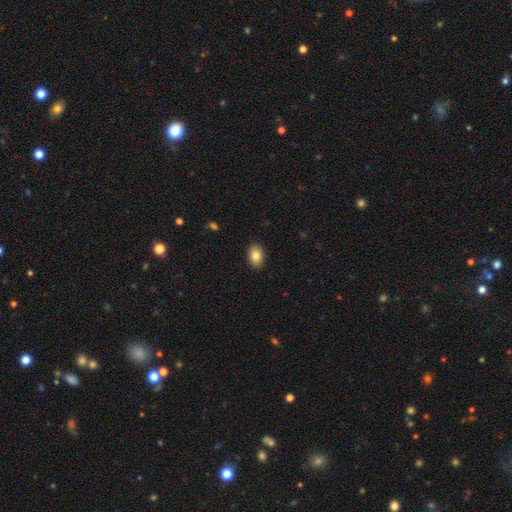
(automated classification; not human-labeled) The model was most divided on "how rounded": in between: 86%, round: 12%, cigar-shaped: 1%. More confident: merging — none (89%); smooth or featured — smooth (84%).